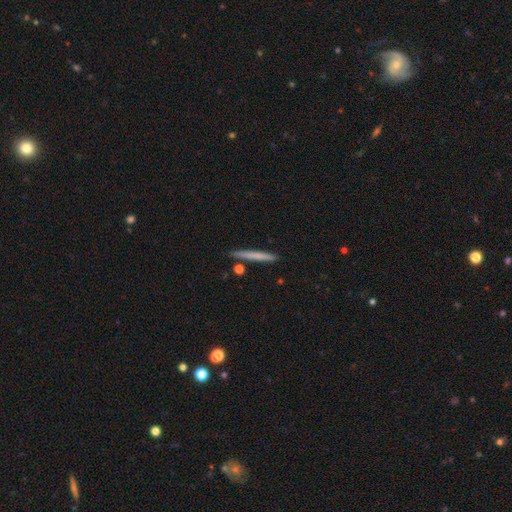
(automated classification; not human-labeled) This appears to be a smooth galaxy with no disk features (65%) that is cigar-shaped (96%). Merging: none (87%).